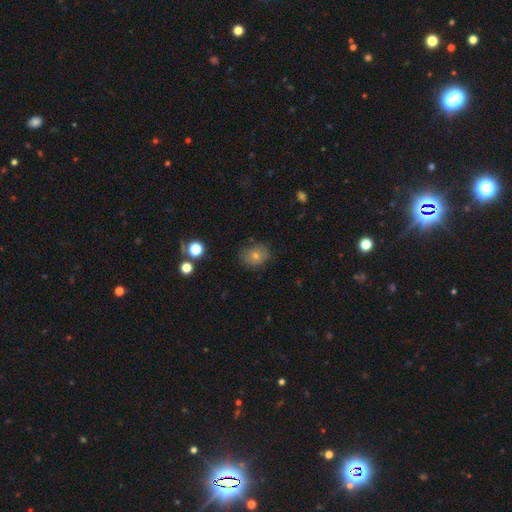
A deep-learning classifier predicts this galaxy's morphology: A smooth galaxy with no disk features (64%) that is round (66%). Merging: none (80%).